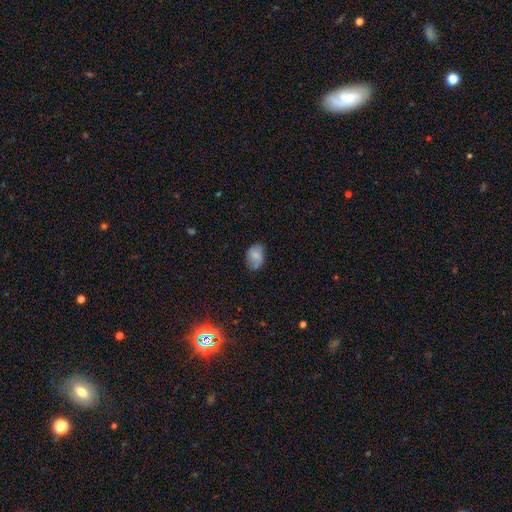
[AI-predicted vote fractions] Smooth or featured?
  - smooth: 70% *
  - featured or disk: 21%
  - star or artifact: 9%
How rounded?
  - in between: 81% *
  - round: 18%
  - cigar-shaped: 1%
Merging?
  - none: 59% *
  - minor disturbance: 31%
  - major disturbance: 9%
  - merger: 2%